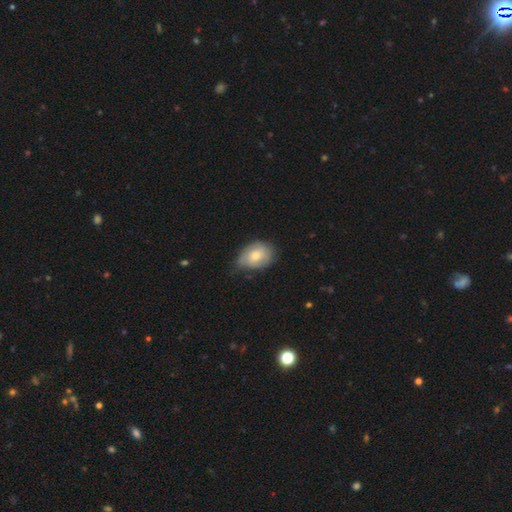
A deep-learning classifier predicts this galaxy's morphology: type=smooth (64%); roundness=in between (70%); merging=none (50%).